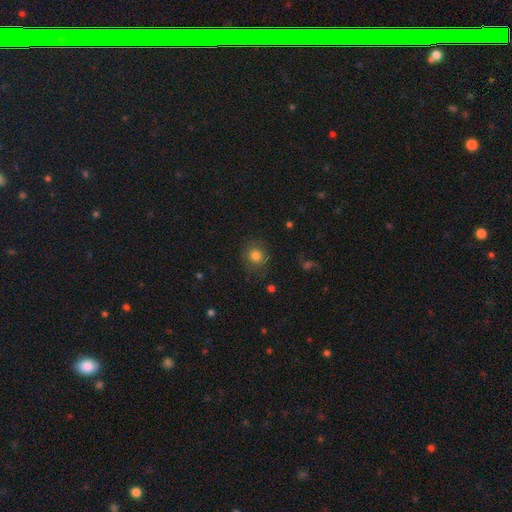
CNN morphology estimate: Q: Smooth or featured?
A: smooth (78%); runner-up: star or artifact (12%)
Q: How rounded?
A: round (81%); runner-up: in between (18%)
Q: Merging?
A: none (78%); runner-up: minor disturbance (15%)